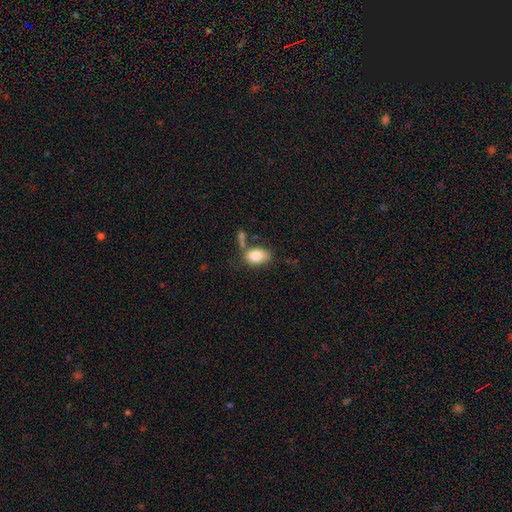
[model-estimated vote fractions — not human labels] Smooth or featured? smooth (83%)
How rounded? in between (85%)
Merging? none (50%)